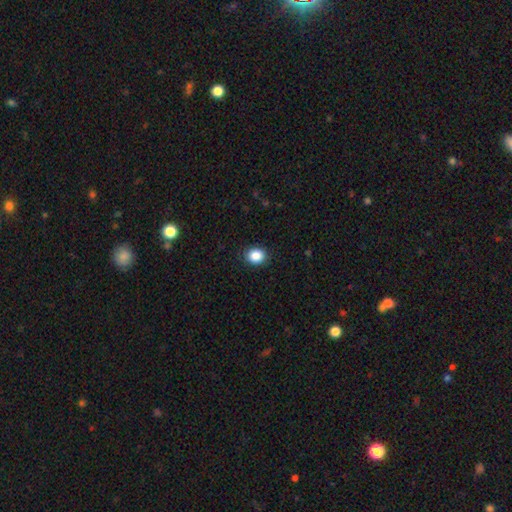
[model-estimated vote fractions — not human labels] Smooth or featured? smooth (87%)
How rounded? round (65%)
Merging? none (90%)